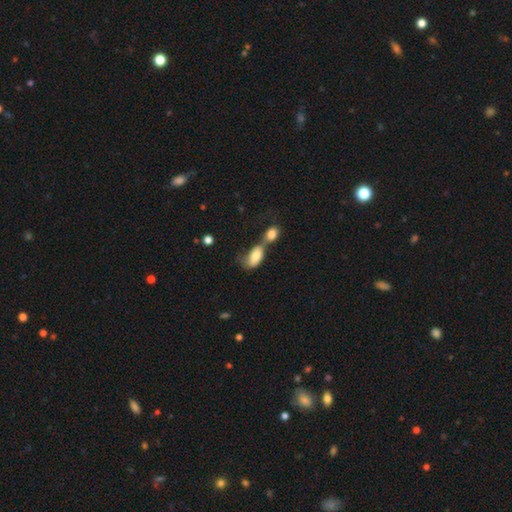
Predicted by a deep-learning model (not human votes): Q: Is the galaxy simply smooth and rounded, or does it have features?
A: smooth — 79%.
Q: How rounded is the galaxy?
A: in between — 89%.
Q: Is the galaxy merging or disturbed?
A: merger — 64%.